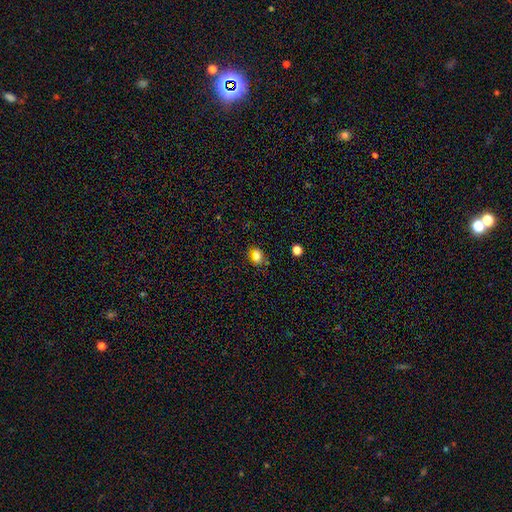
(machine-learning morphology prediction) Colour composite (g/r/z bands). It shows a smooth galaxy with no disk features (73%) that is in between round and cigar-shaped (61%). Merging: none (82%).